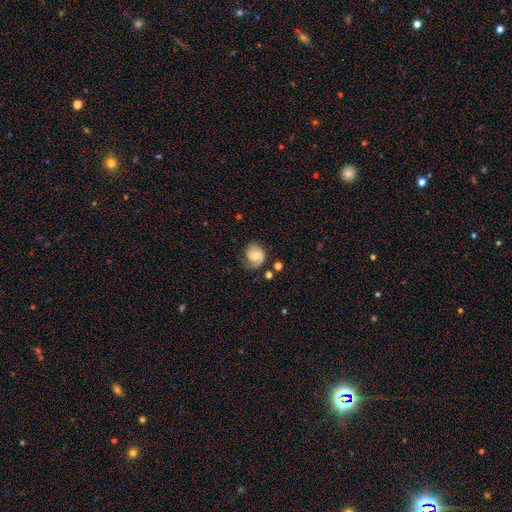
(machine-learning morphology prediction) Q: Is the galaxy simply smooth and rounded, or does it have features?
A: featured or disk — 70%.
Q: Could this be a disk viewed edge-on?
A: no — 98%.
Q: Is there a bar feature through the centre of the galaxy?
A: no — 63%.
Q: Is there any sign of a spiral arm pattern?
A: yes — 94%.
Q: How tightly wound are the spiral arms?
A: tight — 45%.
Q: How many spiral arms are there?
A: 2 — 58%.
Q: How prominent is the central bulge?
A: small — 47%.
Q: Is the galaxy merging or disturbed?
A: none — 65%.